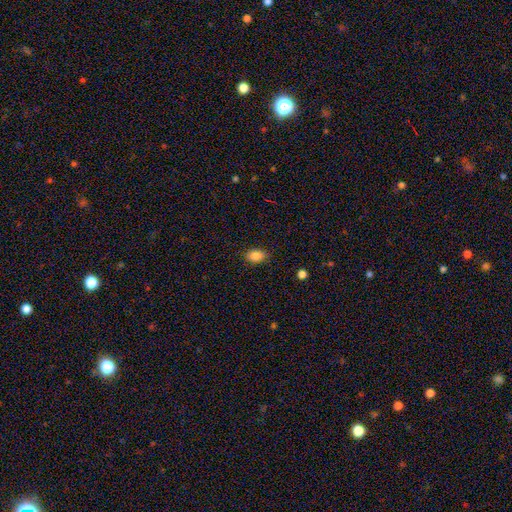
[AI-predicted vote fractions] The model was most divided on "how rounded": in between: 80%, round: 18%, cigar-shaped: 2%. More confident: smooth or featured — smooth (86%); merging — none (84%).